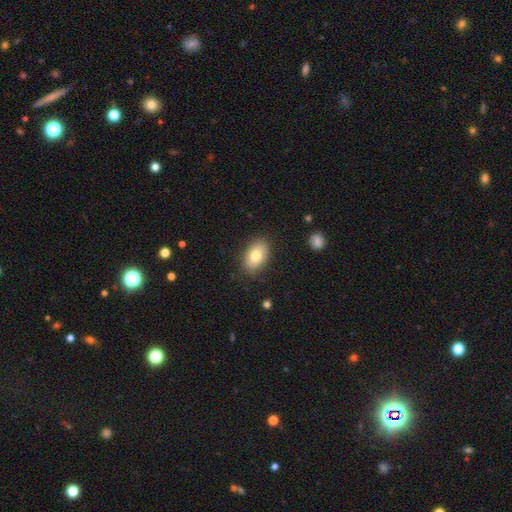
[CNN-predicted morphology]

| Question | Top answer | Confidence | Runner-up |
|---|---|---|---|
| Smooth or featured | smooth | 77% | featured or disk (16%) |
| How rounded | in between | 89% | round (10%) |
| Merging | none | 83% | minor disturbance (13%) |